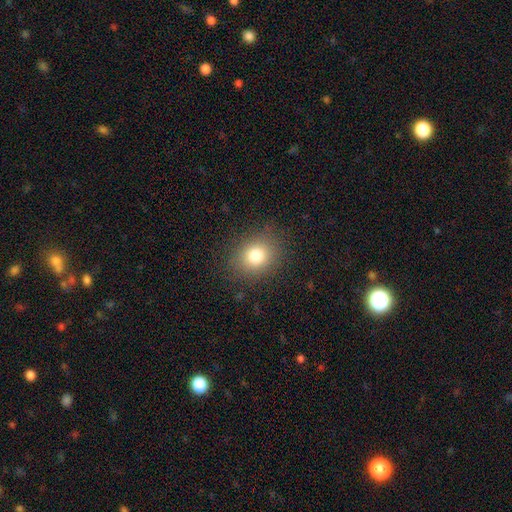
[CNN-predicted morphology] A smooth galaxy with no disk features (79%) that is round (62%). Merging: none (85%).